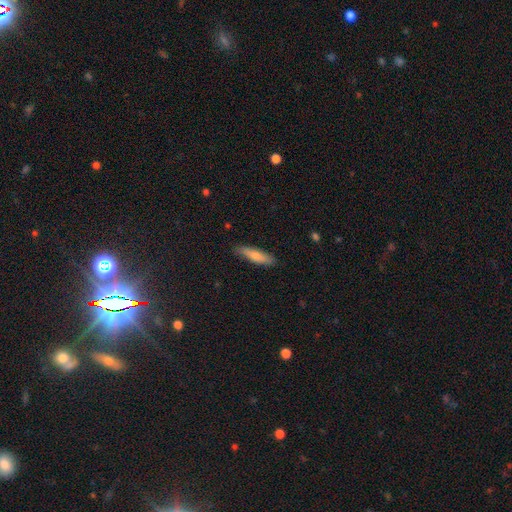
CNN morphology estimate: Smooth or featured: smooth — 73% (featured or disk — 22%)
How rounded: cigar-shaped — 71% (in between — 28%)
Merging: none — 83% (minor disturbance — 13%)